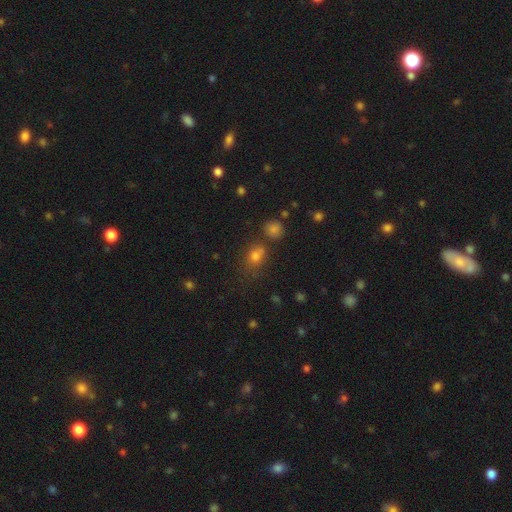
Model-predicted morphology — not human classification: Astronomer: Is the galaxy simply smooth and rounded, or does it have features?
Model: smooth — 68%.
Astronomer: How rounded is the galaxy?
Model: round — 58% (runner-up: in between, 40%).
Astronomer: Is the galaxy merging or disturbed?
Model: none — 59%.